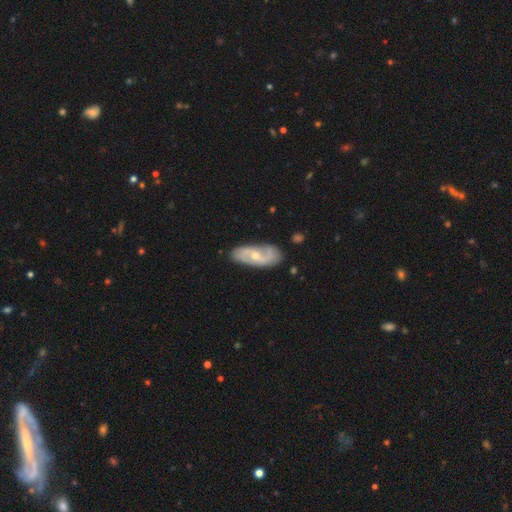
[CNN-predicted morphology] smooth-or-featured: featured or disk: 76% | smooth: 18% | star or artifact: 5%
  disk-edge-on: no: 91% | yes: 9%
    bar: no: 53% | weak: 38% | strong: 9%
    has-spiral-arms: yes: 91% | no: 9%
      spiral-winding: medium: 44% | loose: 31% | tight: 25%
      spiral-arm-count: 2: 80% | can't tell: 11% | 3: 4% | 1: 2% | 4: 1% | more than 4: 1%
    bulge-size: moderate: 49% | small: 47% | large: 2% | none: 1% | dominant: 1%
  merging: none: 79% | minor disturbance: 16% | major disturbance: 3% | merger: 2%